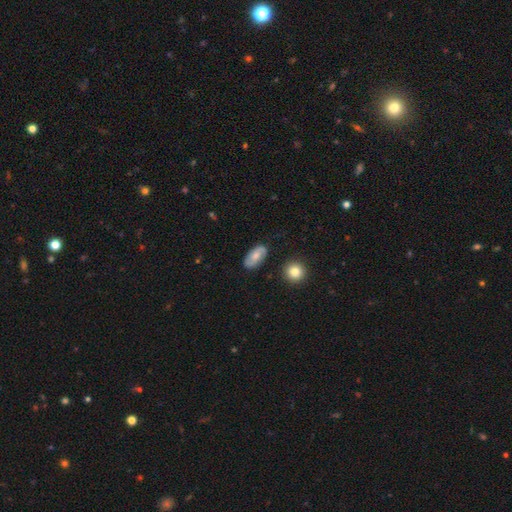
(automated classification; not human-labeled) Overall: smooth (54%; featured or disk 39%). How rounded: in between (90%). Merging: none (81%).